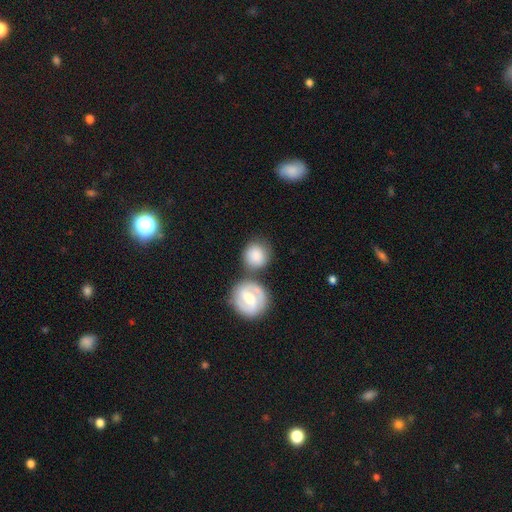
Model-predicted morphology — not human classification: A smooth galaxy with no disk features (73%) that is round (84%). Merging: none (57%).